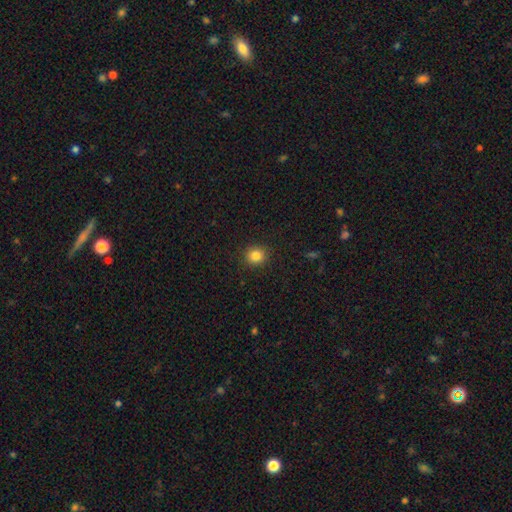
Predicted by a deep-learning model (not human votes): Q: Smooth or featured?
A: smooth (84%); runner-up: star or artifact (11%)
Q: How rounded?
A: round (86%); runner-up: in between (13%)
Q: Merging?
A: none (92%); runner-up: minor disturbance (6%)